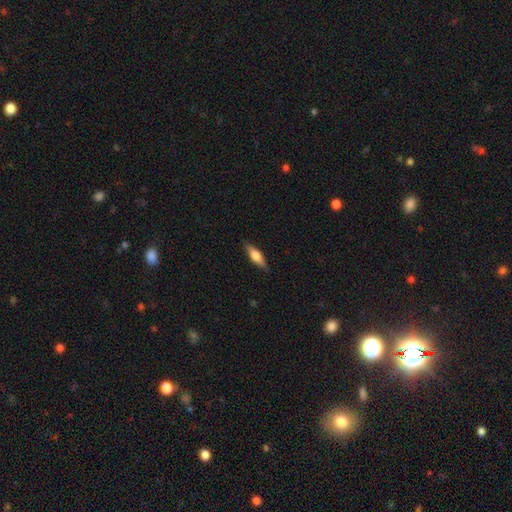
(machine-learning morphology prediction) smooth-or-featured: smooth: 59% | featured or disk: 34% | star or artifact: 6%
  how-rounded: cigar-shaped: 51% | in between: 47% | round: 3%
  merging: none: 85% | minor disturbance: 11% | major disturbance: 2% | merger: 1%